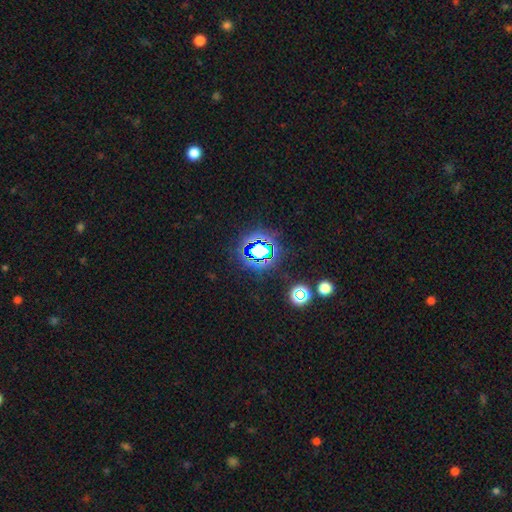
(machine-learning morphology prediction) star or artifact 76%, smooth 16%, featured or disk 8%.